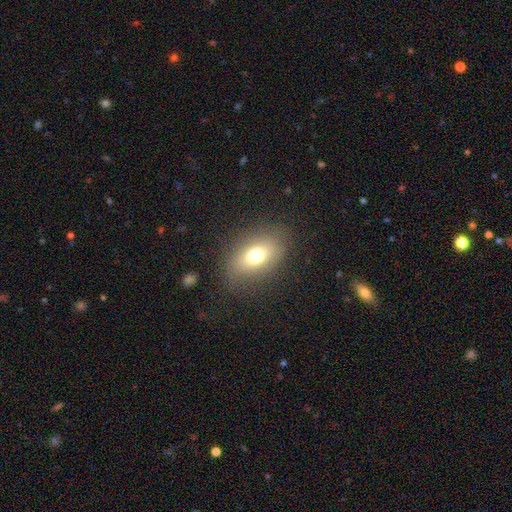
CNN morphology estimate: This is likely a smooth galaxy (70%). How rounded: likely in between (80%). Merging: clearly none (81%).